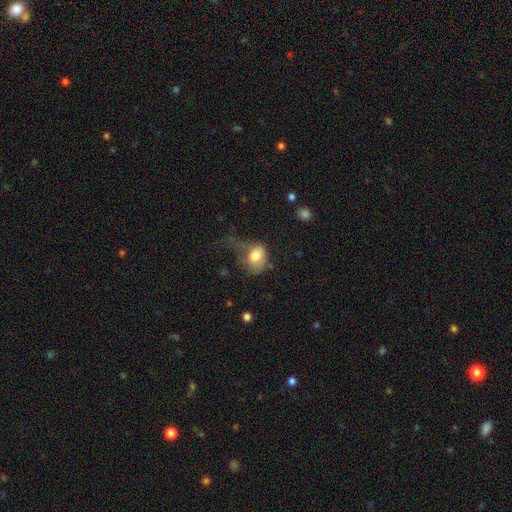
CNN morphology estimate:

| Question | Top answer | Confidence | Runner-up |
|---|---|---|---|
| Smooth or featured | smooth | 76% | featured or disk (16%) |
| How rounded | in between | 65% | round (34%) |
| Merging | major disturbance | 48% | minor disturbance (26%) |